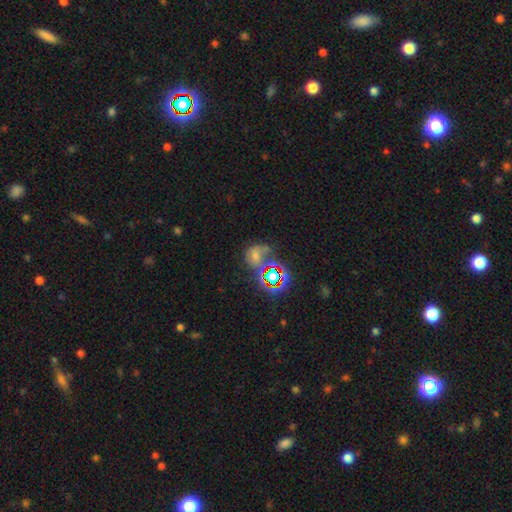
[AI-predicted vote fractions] Smooth or featured? Predicted: star or artifact (p=0.46).